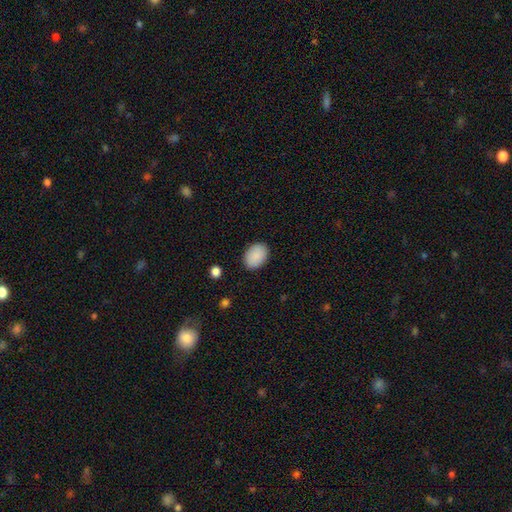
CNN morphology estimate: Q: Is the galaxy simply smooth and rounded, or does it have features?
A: smooth — 90%.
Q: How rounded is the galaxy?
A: in between — 77%.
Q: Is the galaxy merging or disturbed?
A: none — 88%.